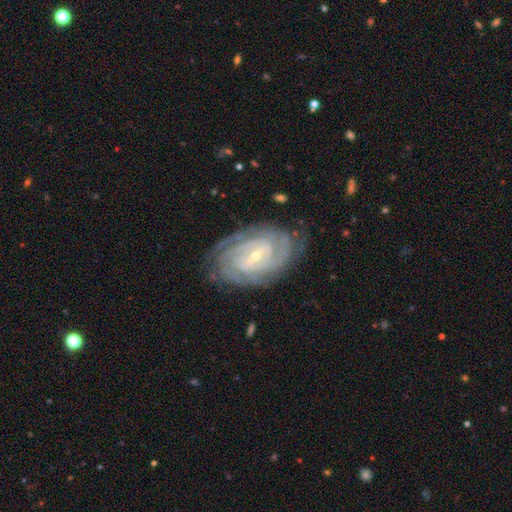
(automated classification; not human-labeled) Overall: featured or disk (89%). Edge-on disk: no (96%). Bar: weak (47%; strong 28%). Spiral arms: yes (98%). Spiral arm count: 2 (24%; can't tell 23%). Spiral winding: tight (79%). Bulge size: small (72%). Merging: none (80%).